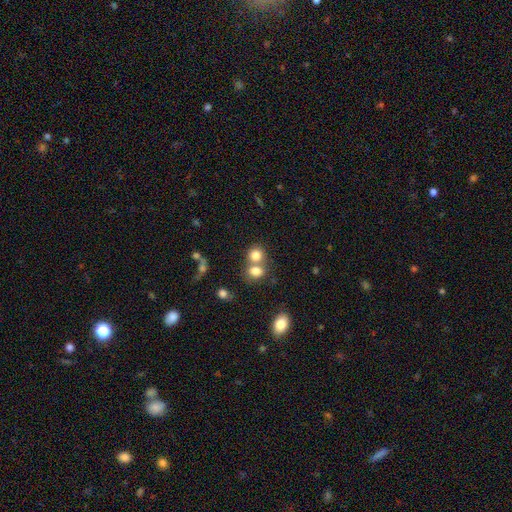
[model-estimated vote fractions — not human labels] This appears to be a smooth galaxy with no disk features (80%) that is round (77%). Merging: merger (48%).